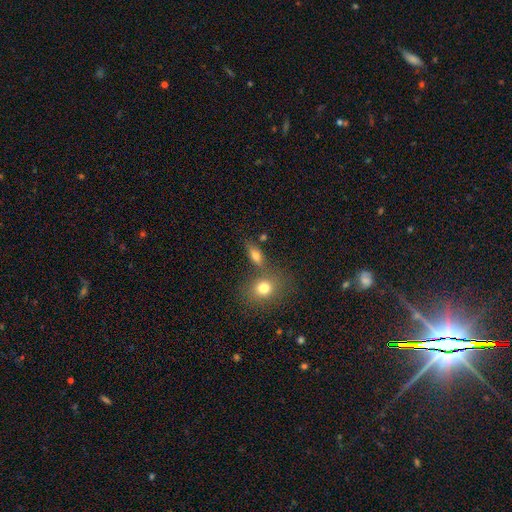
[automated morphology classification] A smooth galaxy with no disk features (73%) that is in between round and cigar-shaped (67%).

Vote fractions:
- Smooth or featured? smooth: 73% / featured or disk: 15% / star or artifact: 12%
- How rounded? in between: 67% / round: 17% / cigar-shaped: 16%
- Merging? none: 63% / merger: 20% / minor disturbance: 12% / major disturbance: 5%